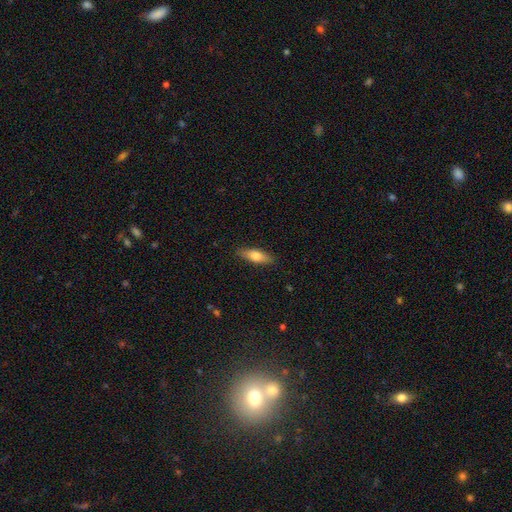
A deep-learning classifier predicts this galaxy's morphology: This appears to be a smooth galaxy with no disk features (73%) that is in between round and cigar-shaped (60%). Merging: none (87%).